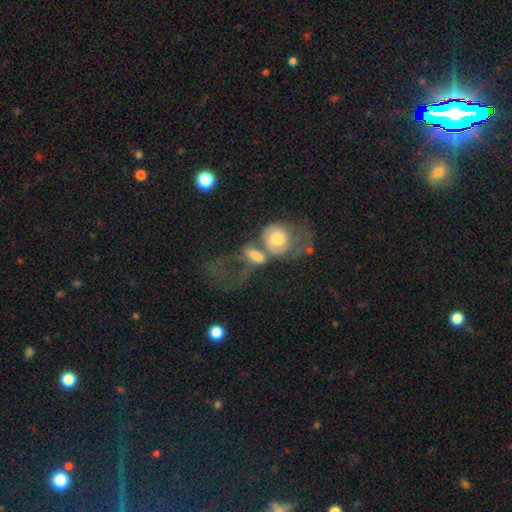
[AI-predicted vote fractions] smooth_or_featured: smooth (p=0.56) [alt: featured or disk p=0.35]
how_rounded: in between (p=0.67) [alt: round p=0.30]
merging: merger (p=0.59) [alt: major disturbance p=0.22]